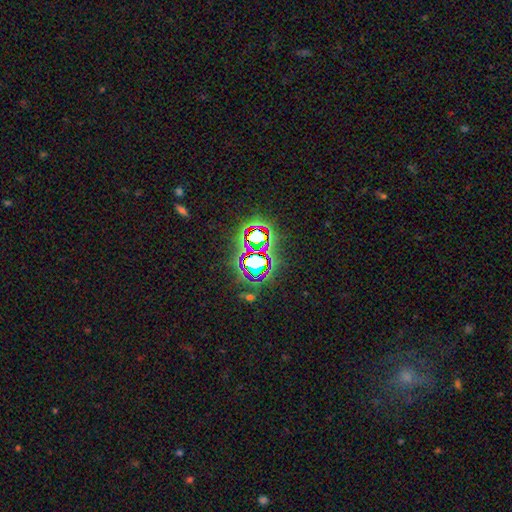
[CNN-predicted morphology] Smooth or featured: star or artifact — 76% (smooth — 13%)